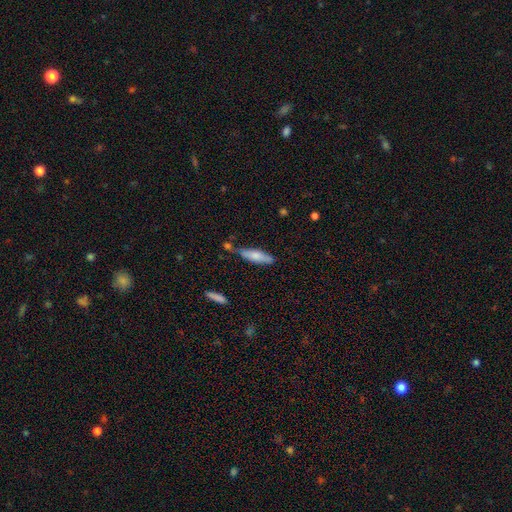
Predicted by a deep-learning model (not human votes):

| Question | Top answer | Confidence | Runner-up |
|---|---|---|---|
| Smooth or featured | smooth | 72% | featured or disk (22%) |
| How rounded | cigar-shaped | 61% | in between (37%) |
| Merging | none | 63% | minor disturbance (22%) |